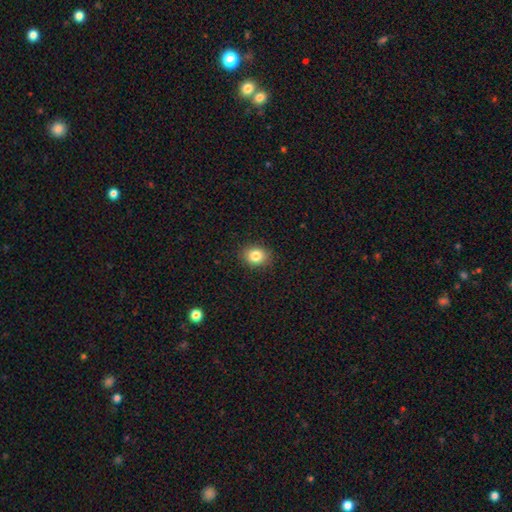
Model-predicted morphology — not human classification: smooth 83%, star or artifact 10%, featured or disk 6%. Down the decision tree: how rounded — round (59%); merging — none (89%).